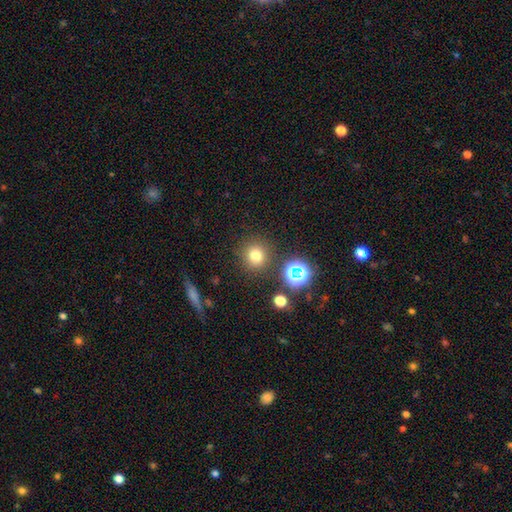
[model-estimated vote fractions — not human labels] This is likely a smooth galaxy (74%). How rounded: clearly round (92%). Merging: clearly none (85%).